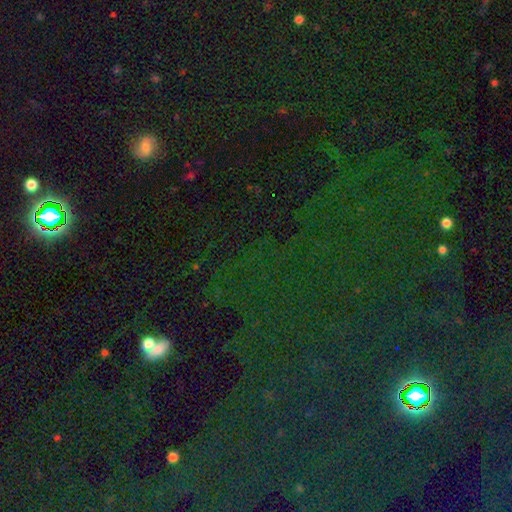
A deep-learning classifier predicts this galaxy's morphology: smooth-or-featured: star or artifact: 81% | smooth: 11% | featured or disk: 8%